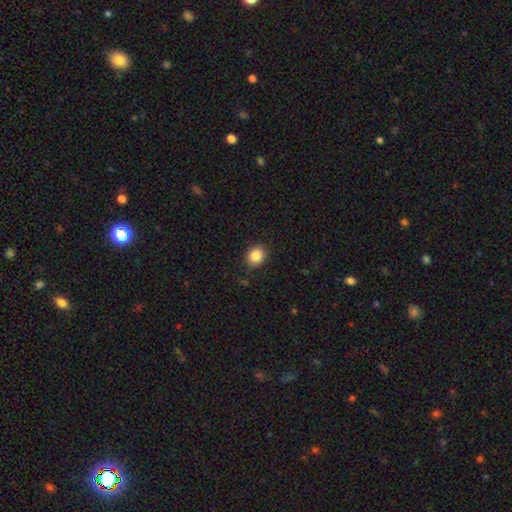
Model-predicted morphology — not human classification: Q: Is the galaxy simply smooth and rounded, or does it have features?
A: smooth — 86%.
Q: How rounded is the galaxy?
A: round — 74%.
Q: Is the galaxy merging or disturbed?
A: none — 89%.